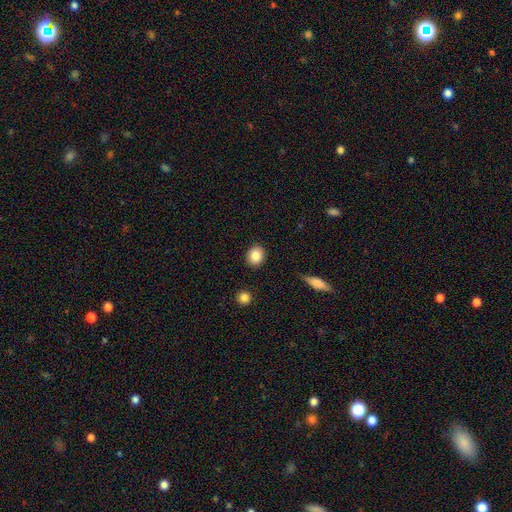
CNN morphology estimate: smooth_or_featured: smooth (p=0.85) [alt: star or artifact p=0.09]
how_rounded: round (p=0.66) [alt: in between p=0.33]
merging: none (p=0.88) [alt: minor disturbance p=0.08]